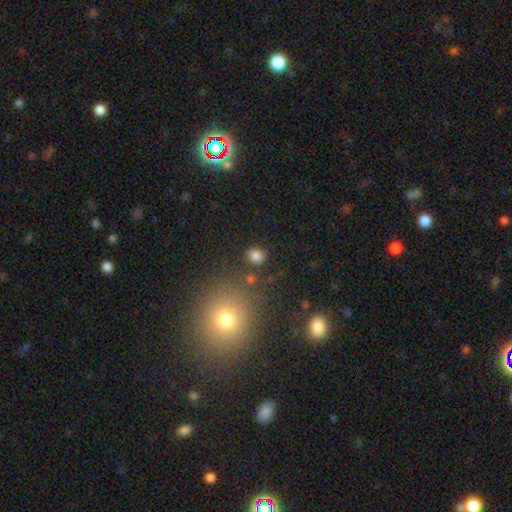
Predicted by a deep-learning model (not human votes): Smooth or featured: smooth — 81% (star or artifact — 14%)
How rounded: round — 82% (in between — 17%)
Merging: none — 85% (minor disturbance — 8%)